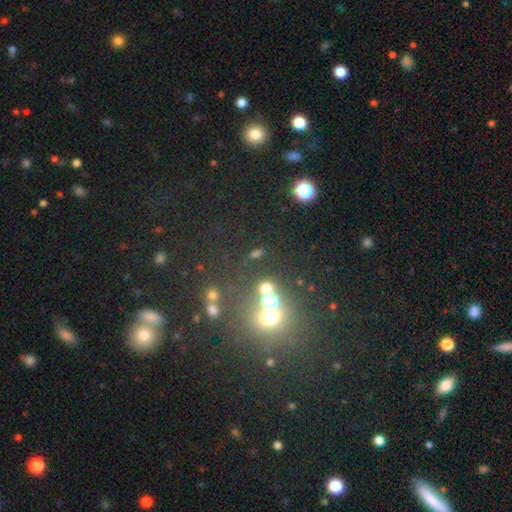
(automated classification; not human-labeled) Smooth or featured?
  - smooth: 44% *
  - star or artifact: 43%
  - featured or disk: 12%
Merging?
  - none: 69% *
  - merger: 17%
  - minor disturbance: 9%
  - major disturbance: 6%